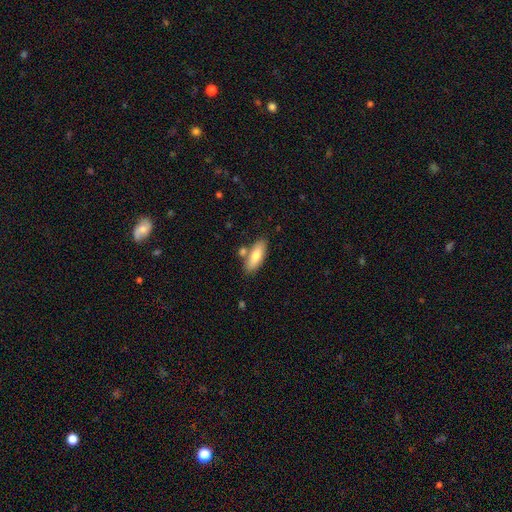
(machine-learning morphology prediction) Smooth or featured?
  - smooth: 75% *
  - featured or disk: 19%
  - star or artifact: 6%
How rounded?
  - in between: 65% *
  - cigar-shaped: 33%
  - round: 2%
Merging?
  - none: 73% *
  - minor disturbance: 13%
  - merger: 12%
  - major disturbance: 3%